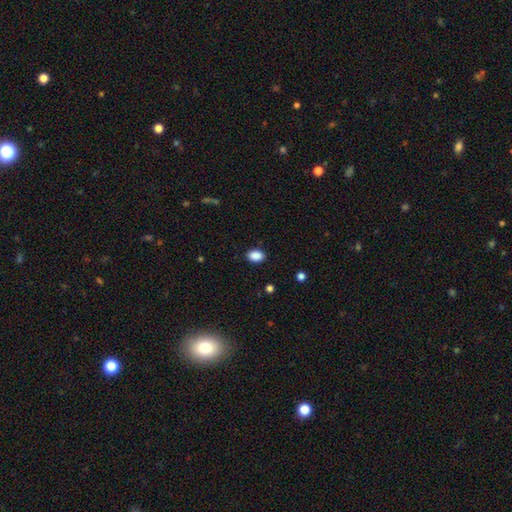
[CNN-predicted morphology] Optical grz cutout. It shows a smooth galaxy with no disk features (89%) that is in between round and cigar-shaped (82%). Merging: none (88%).